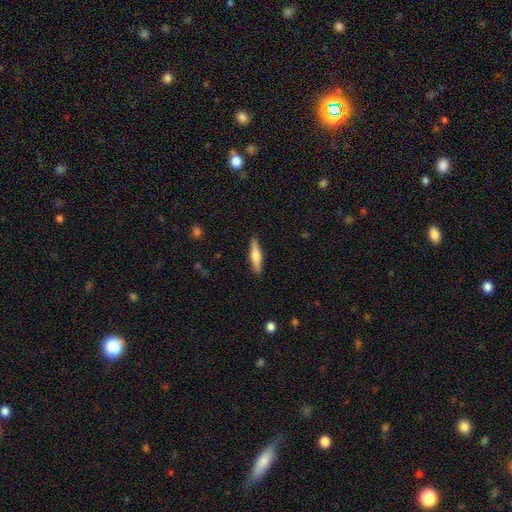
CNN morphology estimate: Smooth or featured: smooth — 59% (featured or disk — 35%)
How rounded: cigar-shaped — 80% (in between — 18%)
Merging: none — 89% (minor disturbance — 8%)